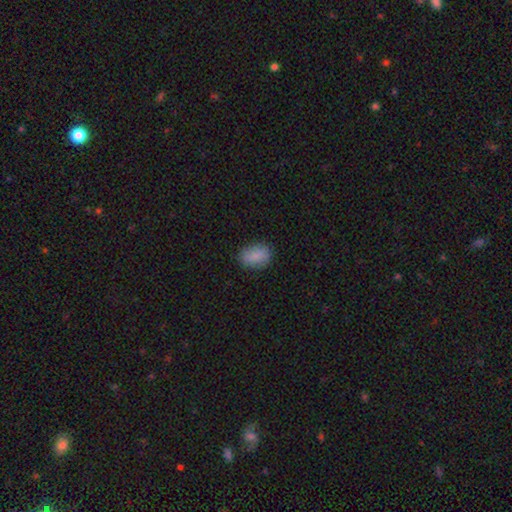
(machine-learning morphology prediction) smooth 85%, star or artifact 8%, featured or disk 7%. Down the decision tree: how rounded — in between (83%); merging — none (83%).